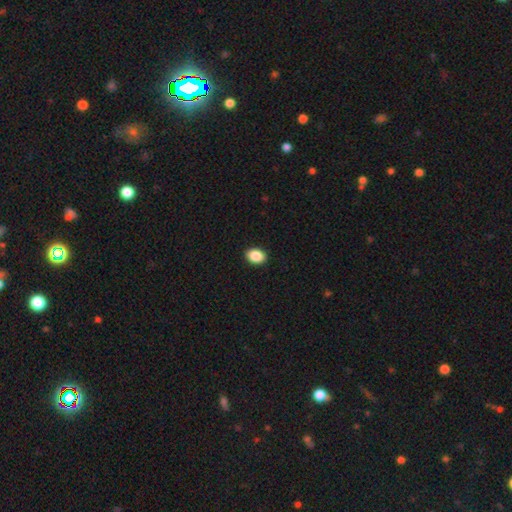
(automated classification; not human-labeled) This is clearly a smooth galaxy (89%). How rounded: likely in between (72%). Merging: clearly none (91%).